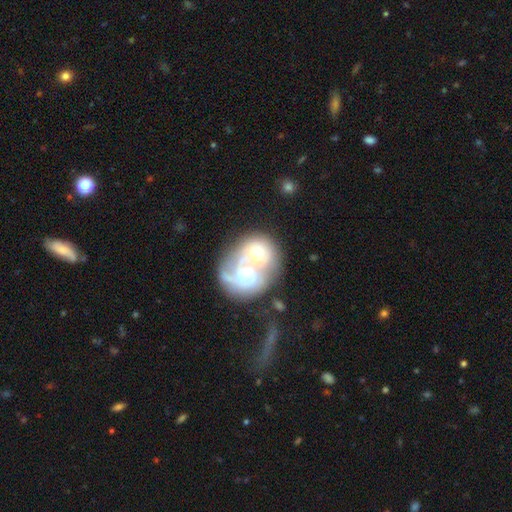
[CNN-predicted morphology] featured or disk 58%, smooth 33%, star or artifact 9%. Down the decision tree: edge-on disk — no (97%); bar — no (83%); spiral arms — no (61%); bulge size — moderate (57%); merging — merger (73%).